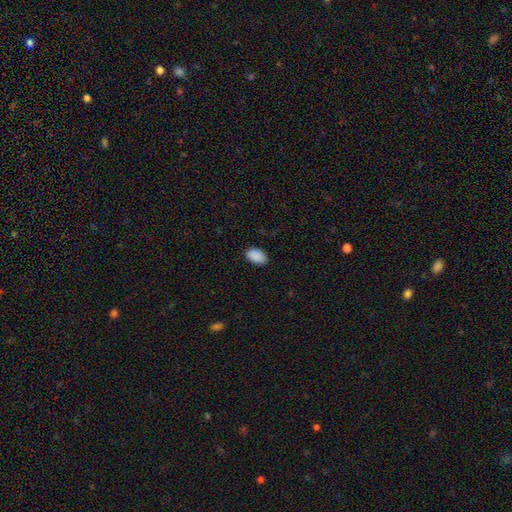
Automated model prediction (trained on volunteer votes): Smooth or featured? smooth (90%)
How rounded? in between (92%)
Merging? none (87%)